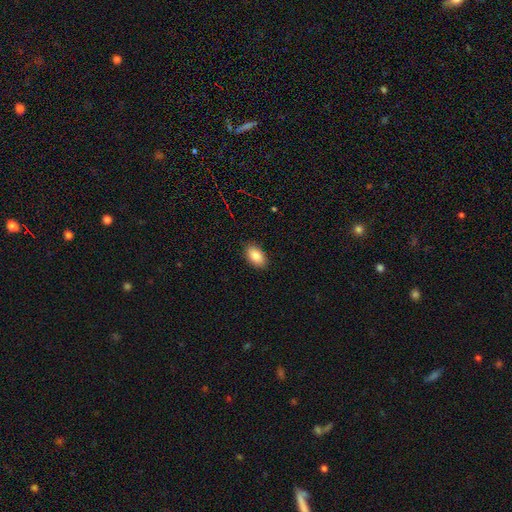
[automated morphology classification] Smooth or featured? smooth (88%)
How rounded? in between (93%)
Merging? none (89%)